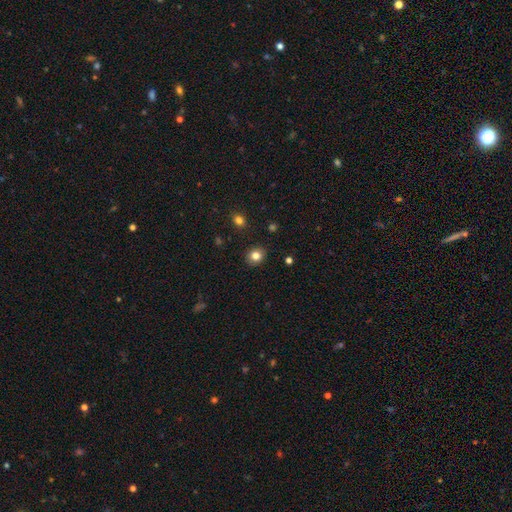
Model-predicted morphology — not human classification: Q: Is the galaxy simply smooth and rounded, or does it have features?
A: smooth — 82%.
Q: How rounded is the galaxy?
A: round — 75%.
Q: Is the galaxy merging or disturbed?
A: none — 90%.